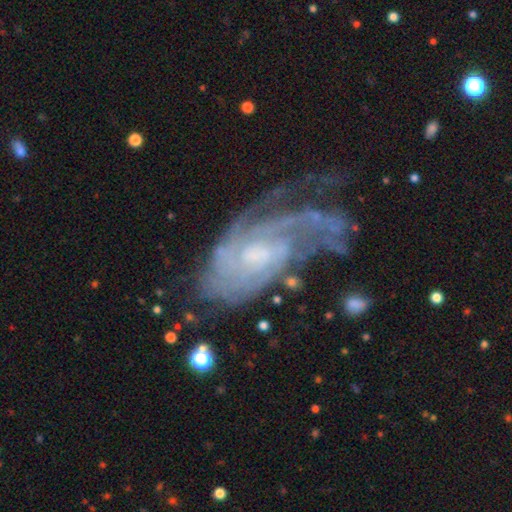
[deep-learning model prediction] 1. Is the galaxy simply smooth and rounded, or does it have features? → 84% featured or disk, 9% smooth, 7% star or artifact.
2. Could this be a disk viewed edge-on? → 95% no, 5% yes.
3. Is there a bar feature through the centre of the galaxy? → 58% no, 35% weak, 8% strong.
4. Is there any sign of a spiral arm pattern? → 93% yes, 7% no.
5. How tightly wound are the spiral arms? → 46% tight, 37% medium, 16% loose.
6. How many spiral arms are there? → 36% can't tell, 25% 2, 15% 3, 13% 1, 7% 4, 5% more than 4.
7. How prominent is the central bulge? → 45% small, 35% moderate, 14% none, 5% large, 1% dominant.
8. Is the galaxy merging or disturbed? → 40% none, 33% major disturbance, 23% minor disturbance, 4% merger.